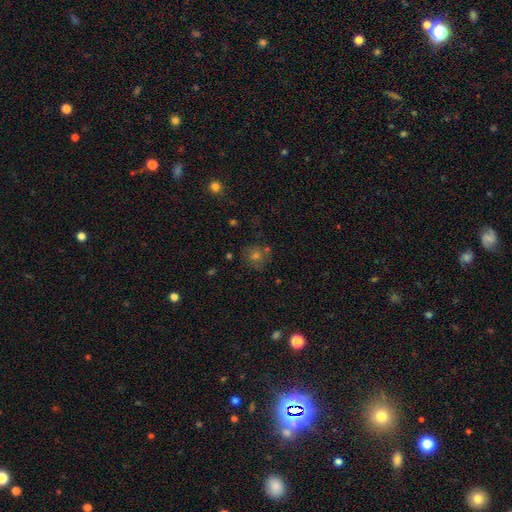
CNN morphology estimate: smooth_or_featured: smooth (p=0.56) [alt: star or artifact p=0.28]
how_rounded: round (p=0.87) [alt: in between p=0.12]
merging: none (p=0.71) [alt: minor disturbance p=0.14]